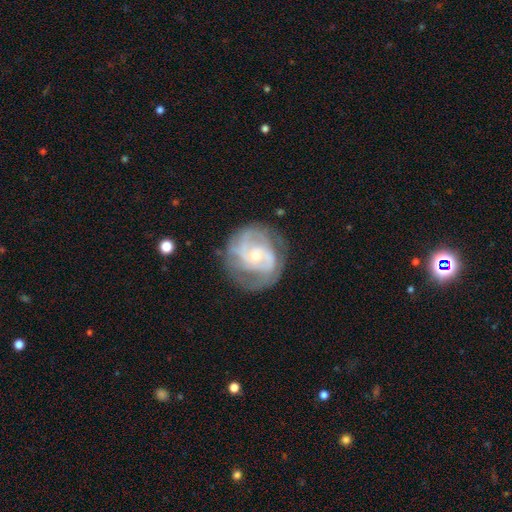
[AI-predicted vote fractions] This appears to be a featured or disk galaxy (82%) with no bar (64%), 2 (48%) tight (49%) spiral arms (90%) and a small central bulge (58%). Merging: none (68%).